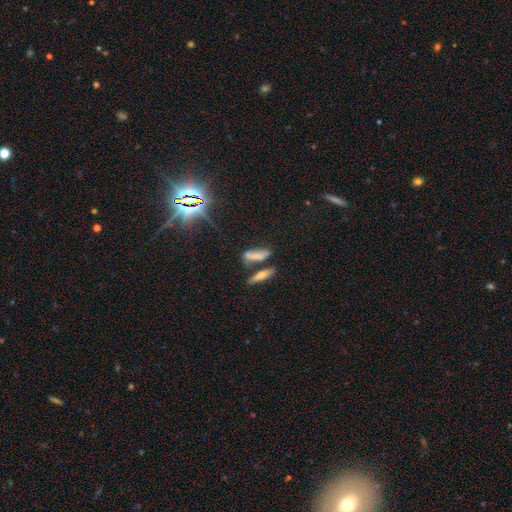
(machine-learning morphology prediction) Smooth or featured: smooth — 66% (featured or disk — 18%)
How rounded: cigar-shaped — 58% (in between — 38%)
Merging: none — 52% (merger — 26%)